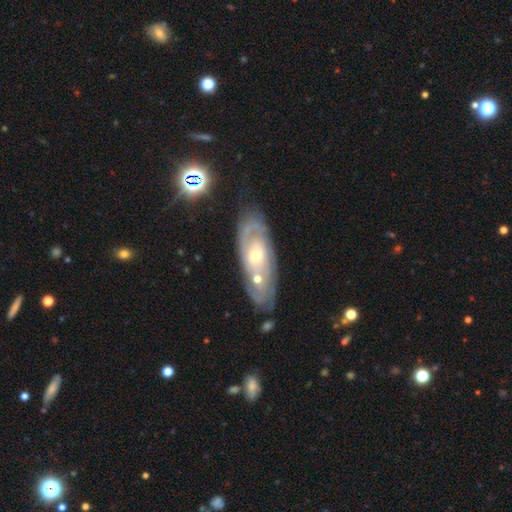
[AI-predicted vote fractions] A featured or disk galaxy (76%) with no bar (76%), tight (70%) spiral arms (78%) and a moderate central bulge (54%).

Vote fractions:
- Smooth or featured? featured or disk: 76% / smooth: 17% / star or artifact: 7%
- Edge-on disk? no: 89% / yes: 11%
- Bar? no: 76% / weak: 19% / strong: 5%
- Spiral arms? yes: 78% / no: 22%
- Spiral winding? tight: 70% / medium: 23% / loose: 8%
- Spiral arm count? can't tell: 53% / 2: 27% / 3: 7% / 1: 6% / 4: 3% / more than 4: 3%
- Bulge size? moderate: 54% / small: 41% / large: 3% / none: 1% / dominant: 1%
- Merging? none: 65% / minor disturbance: 16% / merger: 12% / major disturbance: 6%